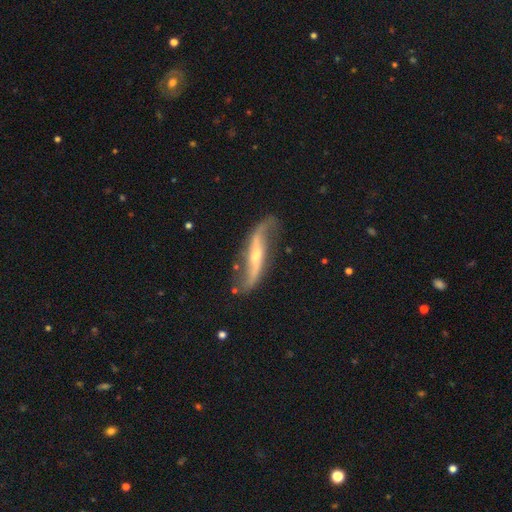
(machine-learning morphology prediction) Smooth or featured?
  - featured or disk: 87% *
  - smooth: 8%
  - star or artifact: 5%
Edge-on disk?
  - no: 78% *
  - yes: 22%
Bar?
  - strong: 41% *
  - no: 30%
  - weak: 29%
Spiral arms?
  - yes: 94% *
  - no: 6%
Spiral winding?
  - loose: 88% *
  - medium: 9%
  - tight: 4%
Spiral arm count?
  - 2: 92% *
  - 1: 3%
  - can't tell: 2%
  - 3: 1%
  - 4: 1%
  - more than 4: 1%
Bulge size?
  - small: 52% *
  - moderate: 41%
  - none: 3%
  - large: 3%
  - dominant: 1%
Merging?
  - none: 71% *
  - minor disturbance: 18%
  - major disturbance: 8%
  - merger: 3%